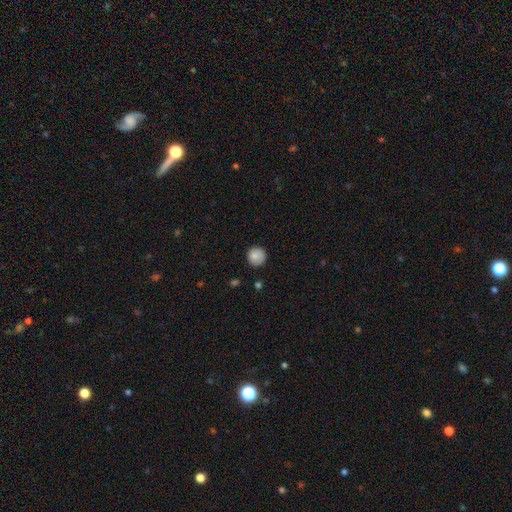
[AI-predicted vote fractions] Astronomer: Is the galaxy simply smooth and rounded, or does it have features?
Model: smooth — 84%.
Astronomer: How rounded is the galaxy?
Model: round — 93%.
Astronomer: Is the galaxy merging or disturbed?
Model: none — 84%.